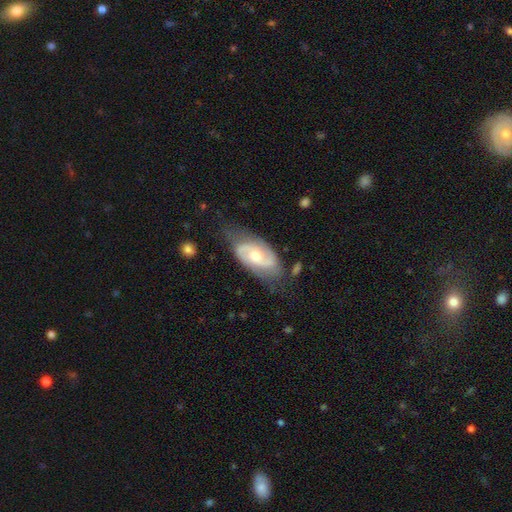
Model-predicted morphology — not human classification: Smooth or featured? featured or disk (75%)
Edge-on disk? no (94%)
Bar? no (53%)
Spiral arms? yes (90%)
Spiral winding? medium (47%)
Spiral arm count? 2 (85%)
Bulge size? moderate (61%)
Merging? none (58%)